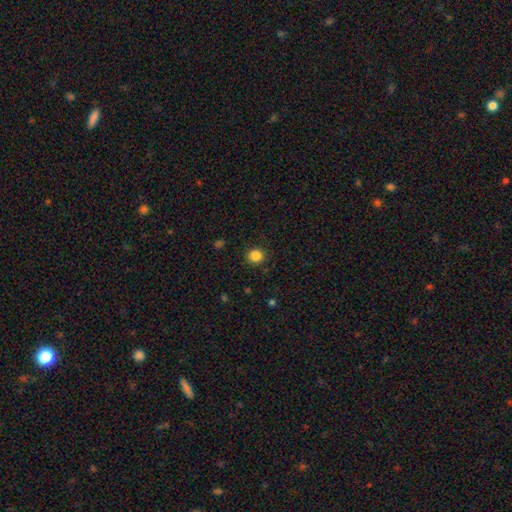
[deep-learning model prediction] smooth_or_featured: smooth (p=0.85) [alt: star or artifact p=0.11]
how_rounded: round (p=0.91) [alt: in between p=0.08]
merging: none (p=0.91) [alt: minor disturbance p=0.06]